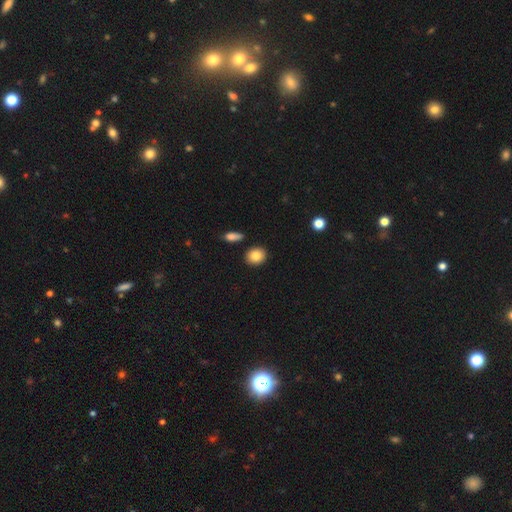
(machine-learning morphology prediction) Smooth or featured: smooth — 84% (star or artifact — 8%)
How rounded: round — 67% (in between — 31%)
Merging: none — 87% (minor disturbance — 8%)